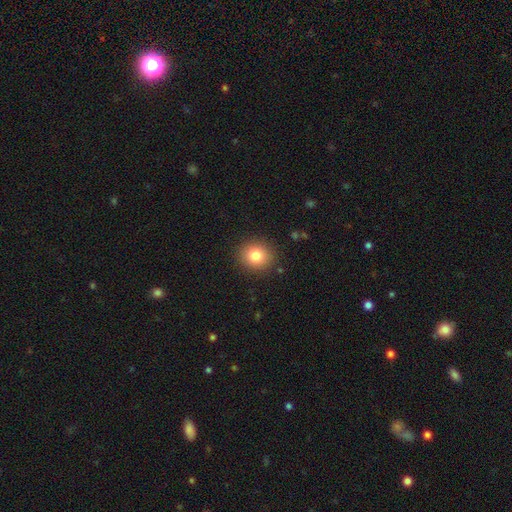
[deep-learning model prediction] Smooth or featured? smooth (82%)
How rounded? round (85%)
Merging? none (90%)